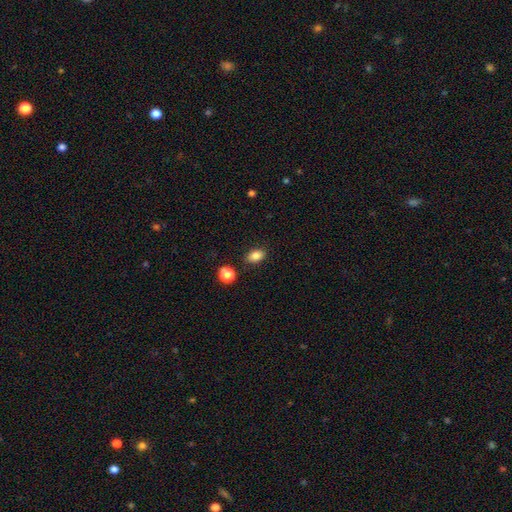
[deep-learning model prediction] A smooth galaxy with no disk features (84%) that is in between round and cigar-shaped (83%). Merging: none (84%).